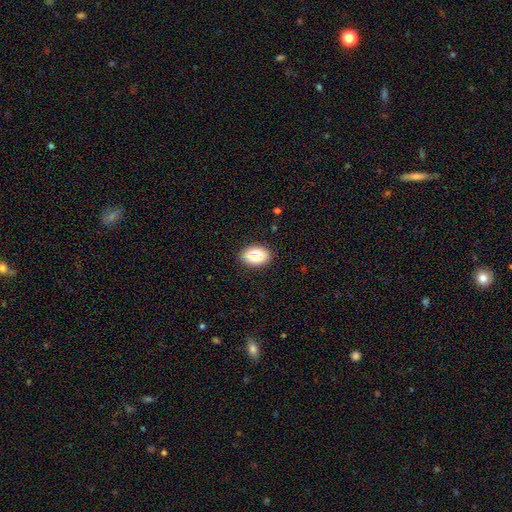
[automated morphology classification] A smooth galaxy with no disk features (84%) that is in between round and cigar-shaped (89%).

Vote fractions:
- Smooth or featured? smooth: 84% / featured or disk: 9% / star or artifact: 7%
- How rounded? in between: 89% / round: 10% / cigar-shaped: 1%
- Merging? none: 88% / minor disturbance: 9% / major disturbance: 2% / merger: 1%